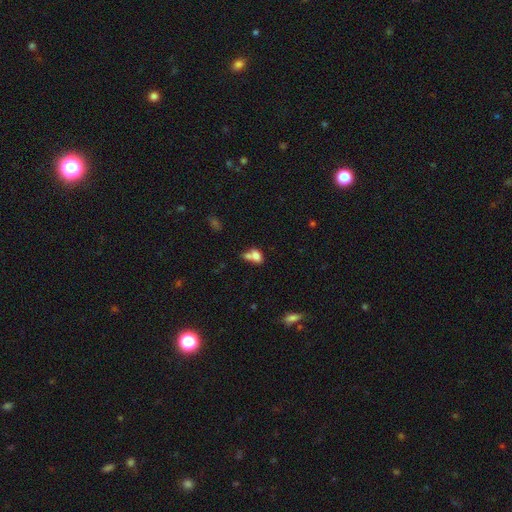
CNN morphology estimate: A smooth galaxy with no disk features (74%) that is in between round and cigar-shaped (73%). Merging: merger (59%).